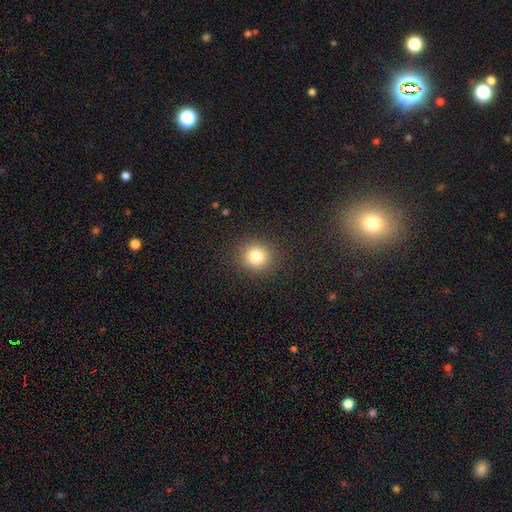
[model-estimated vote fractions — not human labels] Q: Smooth or featured?
A: smooth (80%); runner-up: star or artifact (14%)
Q: How rounded?
A: round (88%); runner-up: in between (11%)
Q: Merging?
A: none (92%); runner-up: minor disturbance (5%)